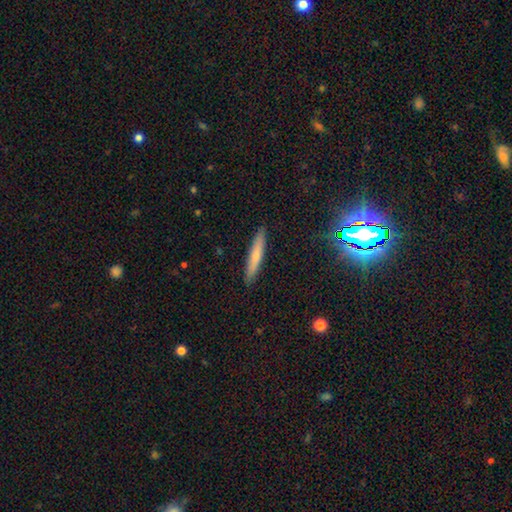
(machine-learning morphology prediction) Smooth or featured? smooth (64%)
How rounded? cigar-shaped (92%)
Merging? none (90%)